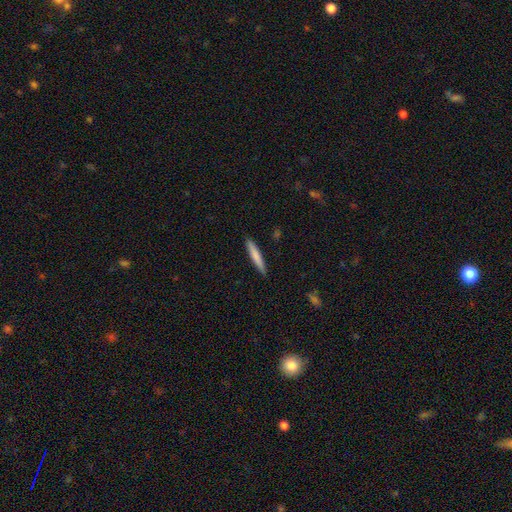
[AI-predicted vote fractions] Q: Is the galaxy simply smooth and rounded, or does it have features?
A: smooth — 76%.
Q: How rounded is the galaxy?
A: cigar-shaped — 94%.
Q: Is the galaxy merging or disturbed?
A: none — 90%.